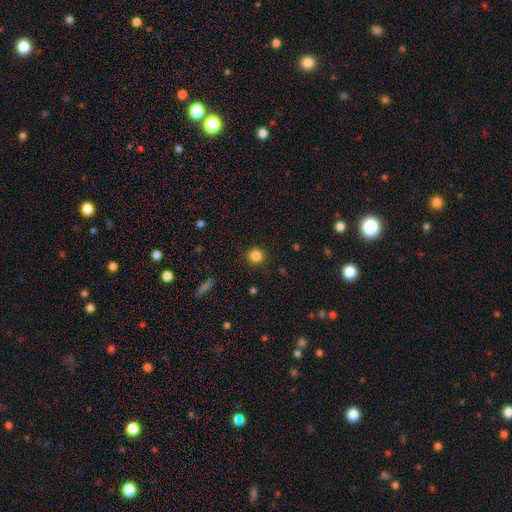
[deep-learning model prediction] The model was most divided on "smooth or featured": smooth: 84%, star or artifact: 12%, featured or disk: 4%. More confident: how rounded — round (91%); merging — none (90%).